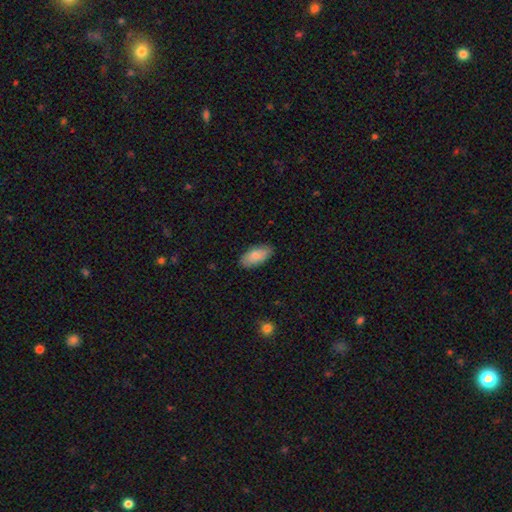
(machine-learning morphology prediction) A smooth galaxy with no disk features (83%) that is in between round and cigar-shaped (91%).

Vote fractions:
- Smooth or featured? smooth: 83% / featured or disk: 11% / star or artifact: 6%
- How rounded? in between: 91% / cigar-shaped: 7% / round: 2%
- Merging? none: 86% / minor disturbance: 11% / major disturbance: 2% / merger: 1%